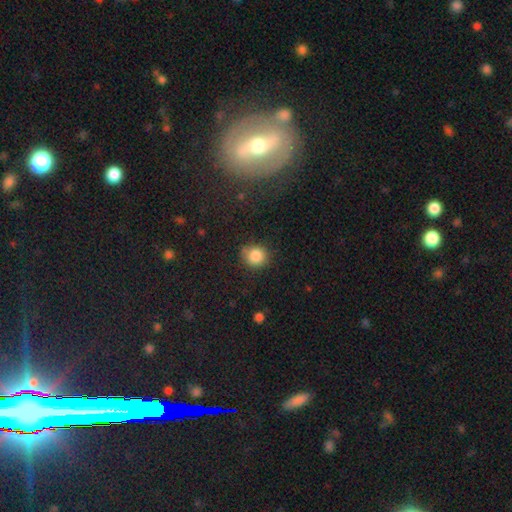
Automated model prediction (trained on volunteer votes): Q: Smooth or featured?
A: smooth (85%); runner-up: star or artifact (10%)
Q: How rounded?
A: round (87%); runner-up: in between (12%)
Q: Merging?
A: none (79%); runner-up: minor disturbance (14%)